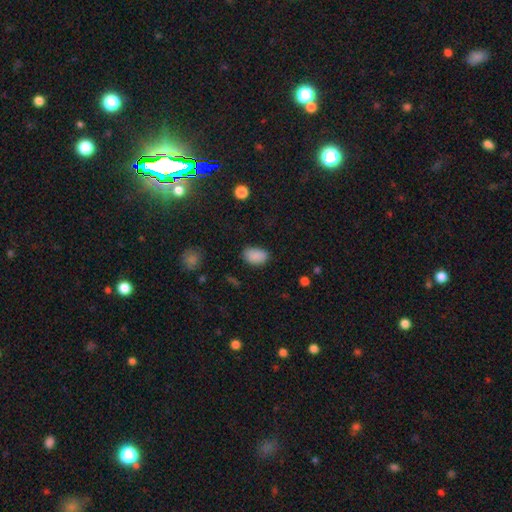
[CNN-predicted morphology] Smooth or featured: smooth — 88% (star or artifact — 8%)
How rounded: in between — 89% (round — 10%)
Merging: none — 81% (minor disturbance — 14%)